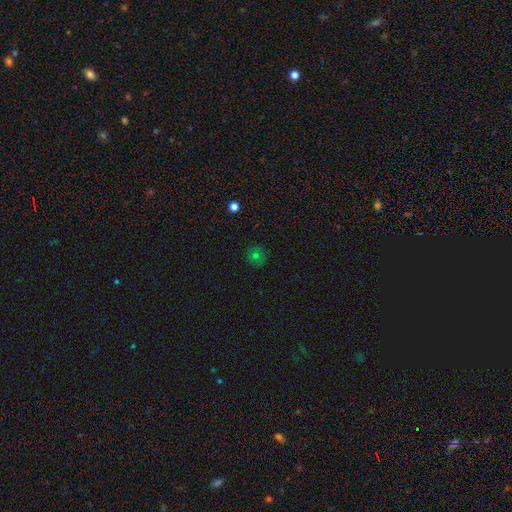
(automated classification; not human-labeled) Smooth or featured? Predicted: smooth (p=0.68). How rounded? Predicted: round (p=0.91). Merging? Predicted: none (p=0.86).